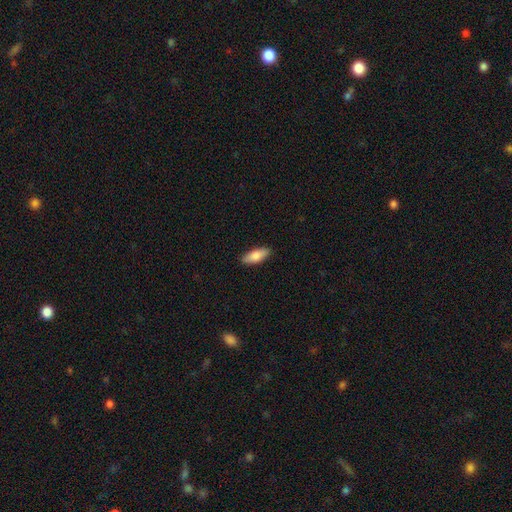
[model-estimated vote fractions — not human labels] Smooth or featured? smooth (81%)
How rounded? in between (69%)
Merging? none (88%)